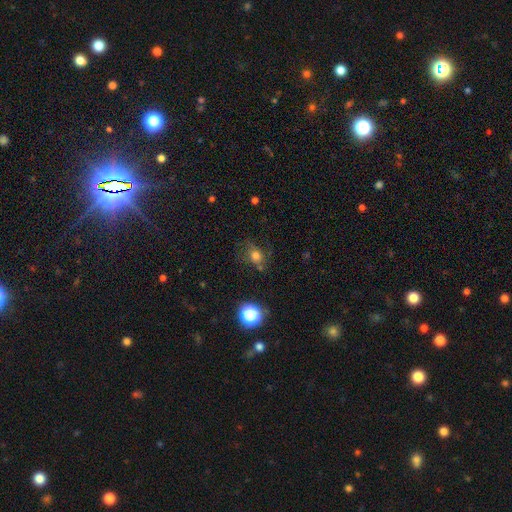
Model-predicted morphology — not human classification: This appears to be a smooth galaxy with no disk features (64%) that is round (59%). Merging: none (59%).